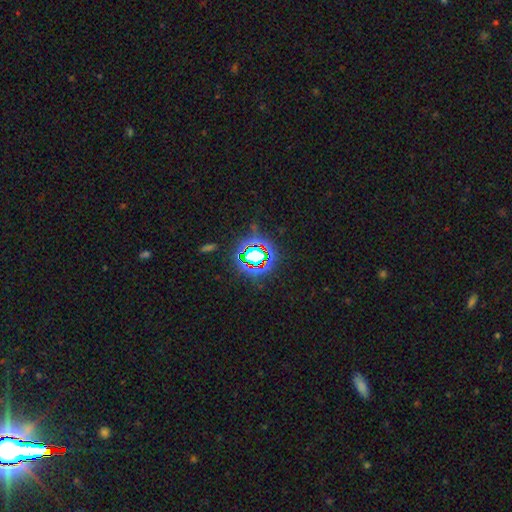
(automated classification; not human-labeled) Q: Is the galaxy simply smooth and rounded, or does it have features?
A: star or artifact — 71%.